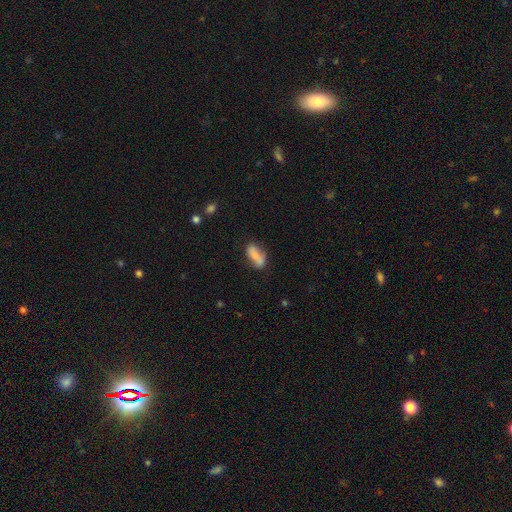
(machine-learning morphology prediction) smooth-or-featured: smooth: 73% | featured or disk: 20% | star or artifact: 8%
  how-rounded: in between: 76% | cigar-shaped: 20% | round: 4%
  merging: none: 62% | minor disturbance: 21% | merger: 11% | major disturbance: 6%